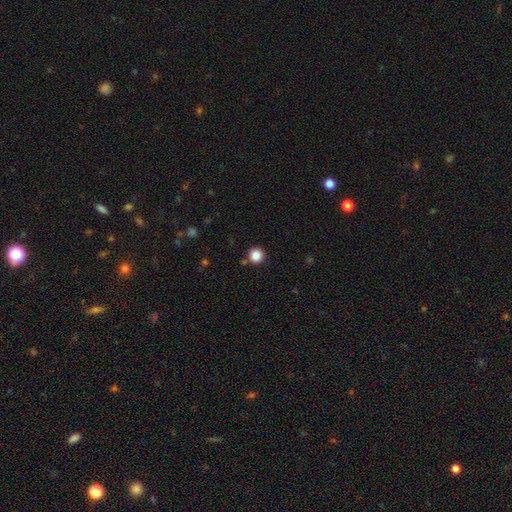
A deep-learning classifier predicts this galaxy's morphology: The model was most divided on "smooth or featured": smooth: 86%, star or artifact: 11%, featured or disk: 3%. More confident: how rounded — round (95%); merging — none (89%).